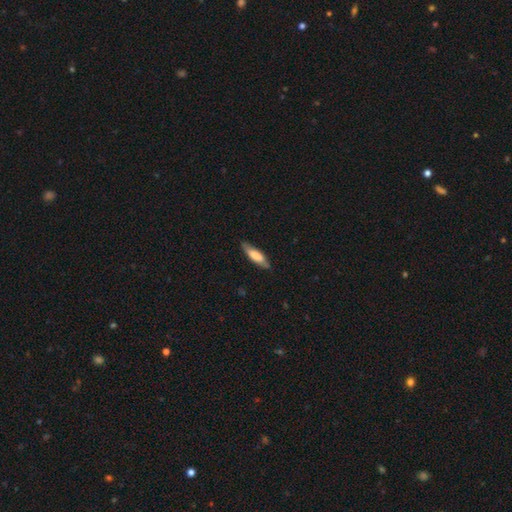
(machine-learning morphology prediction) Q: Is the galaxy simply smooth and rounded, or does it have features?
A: smooth — 71%.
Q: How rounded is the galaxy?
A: cigar-shaped — 62%.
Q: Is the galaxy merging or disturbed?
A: none — 80%.